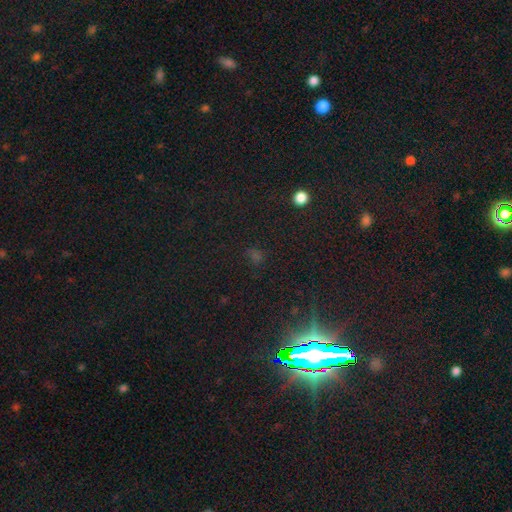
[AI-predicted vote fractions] Smooth or featured? star or artifact (66%)